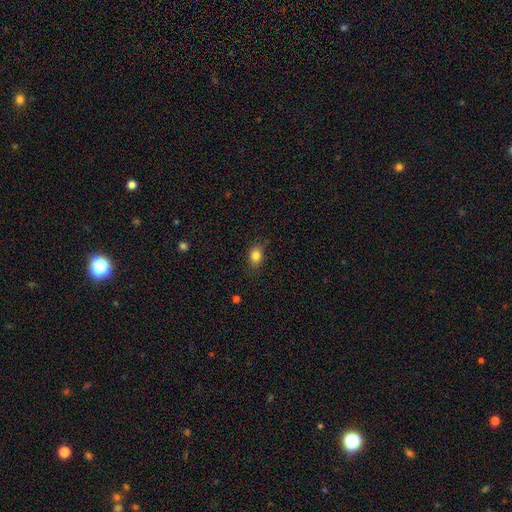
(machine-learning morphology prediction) A smooth galaxy with no disk features (83%) that is in between round and cigar-shaped (64%).

Vote fractions:
- Smooth or featured? smooth: 83% / star or artifact: 10% / featured or disk: 7%
- How rounded? in between: 64% / round: 35% / cigar-shaped: 2%
- Merging? none: 81% / minor disturbance: 15% / major disturbance: 3% / merger: 1%